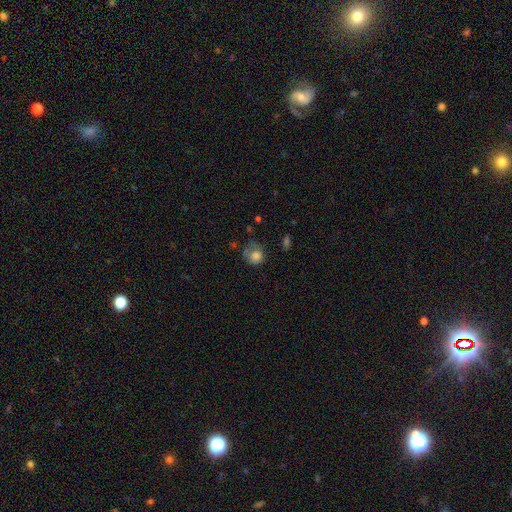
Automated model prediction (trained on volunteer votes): A smooth galaxy with no disk features (75%) that is round (73%).

Vote fractions:
- Smooth or featured? smooth: 75% / featured or disk: 15% / star or artifact: 10%
- How rounded? round: 73% / in between: 26% / cigar-shaped: 1%
- Merging? none: 38% / minor disturbance: 30% / major disturbance: 28% / merger: 4%